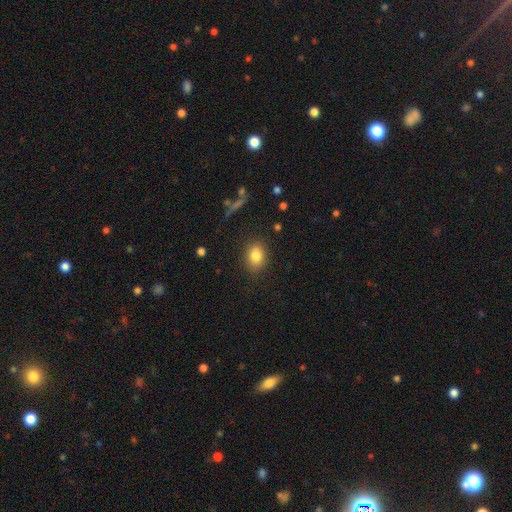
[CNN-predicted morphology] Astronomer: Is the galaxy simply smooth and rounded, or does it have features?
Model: smooth — 83%.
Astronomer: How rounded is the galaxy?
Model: in between — 66%.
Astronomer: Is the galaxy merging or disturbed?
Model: none — 85%.